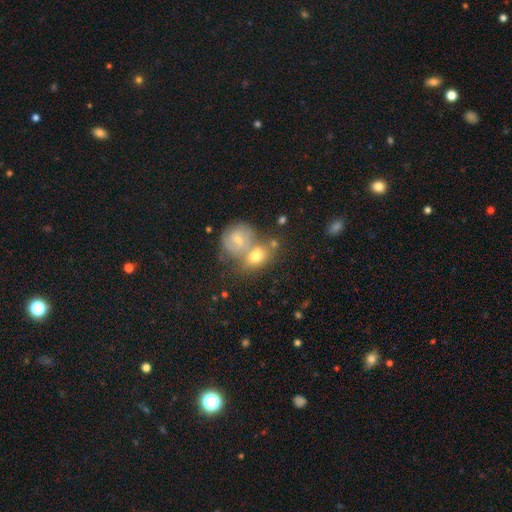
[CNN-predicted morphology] Overall: smooth (47%; star or artifact 27%). Merging: merger (57%; none 29%).